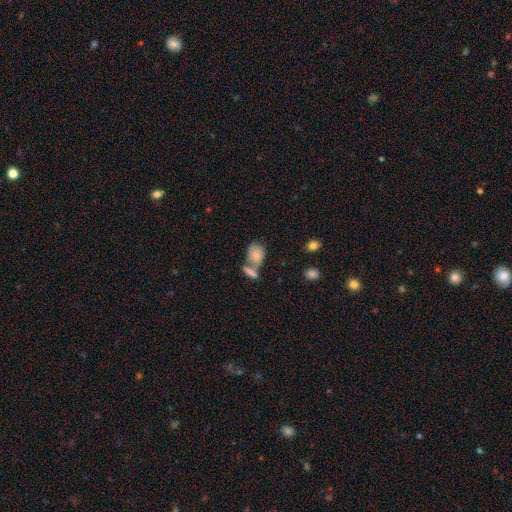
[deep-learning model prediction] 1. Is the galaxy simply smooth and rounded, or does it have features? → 78% smooth, 15% featured or disk, 8% star or artifact.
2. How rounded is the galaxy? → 74% in between, 23% round, 3% cigar-shaped.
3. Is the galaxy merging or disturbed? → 45% merger, 36% none, 13% minor disturbance, 6% major disturbance.